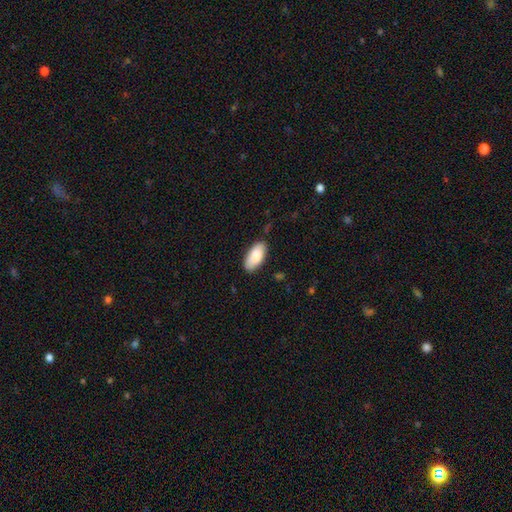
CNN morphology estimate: Q: Smooth or featured?
A: smooth (86%); runner-up: featured or disk (8%)
Q: How rounded?
A: in between (92%); runner-up: cigar-shaped (6%)
Q: Merging?
A: none (83%); runner-up: minor disturbance (13%)